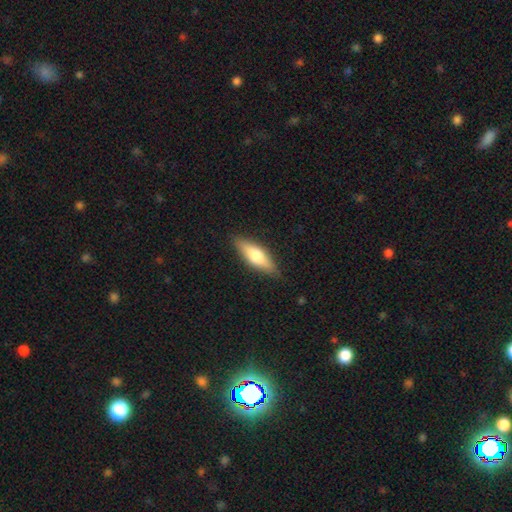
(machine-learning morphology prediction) The model was most divided on "how rounded": in between: 51%, cigar-shaped: 47%, round: 2%. More confident: merging — none (86%); smooth or featured — smooth (63%).